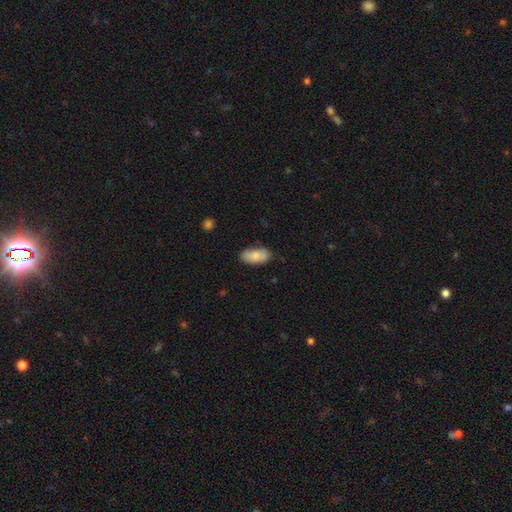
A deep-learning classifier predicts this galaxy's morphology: This appears to be a smooth galaxy with no disk features (83%) that is in between round and cigar-shaped (92%). Merging: none (76%).